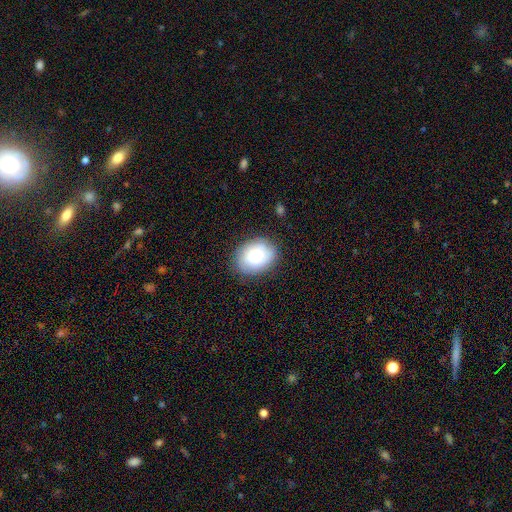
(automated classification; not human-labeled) Morphology: type=smooth (75%); roundness=in between (61%); merging=none (82%).